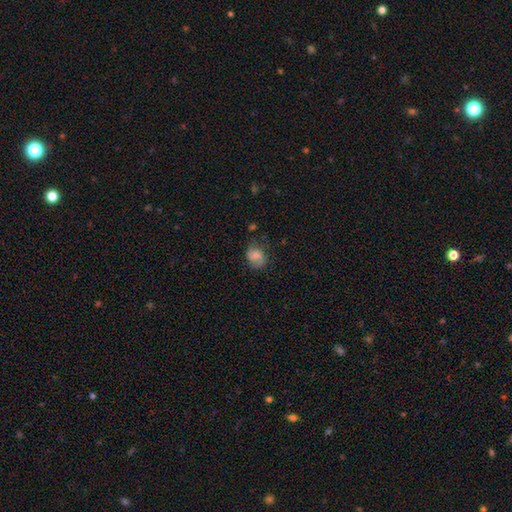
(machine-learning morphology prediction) Q: Smooth or featured?
A: smooth (65%); runner-up: featured or disk (25%)
Q: How rounded?
A: round (49%); tied with: in between (49%)
Q: Merging?
A: none (59%); runner-up: minor disturbance (27%)